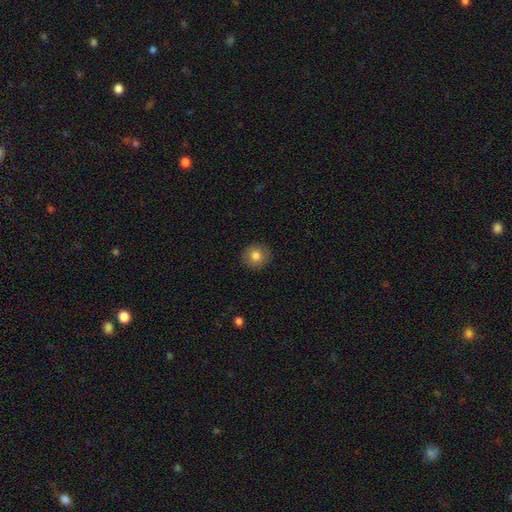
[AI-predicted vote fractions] Q: Smooth or featured?
A: smooth (82%); runner-up: star or artifact (9%)
Q: How rounded?
A: round (89%); runner-up: in between (10%)
Q: Merging?
A: none (90%); runner-up: minor disturbance (7%)